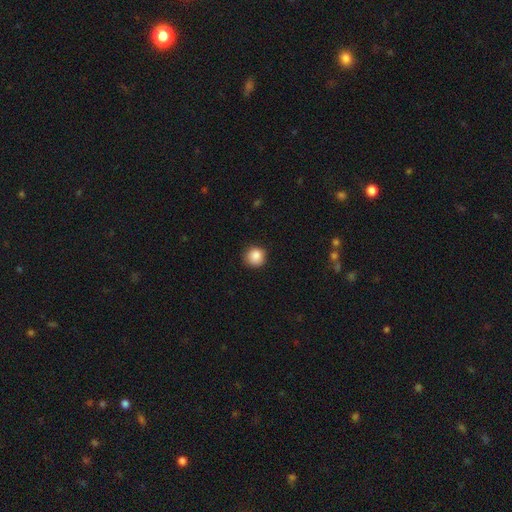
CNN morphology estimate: type=smooth (87%); roundness=round (93%); merging=none (85%).